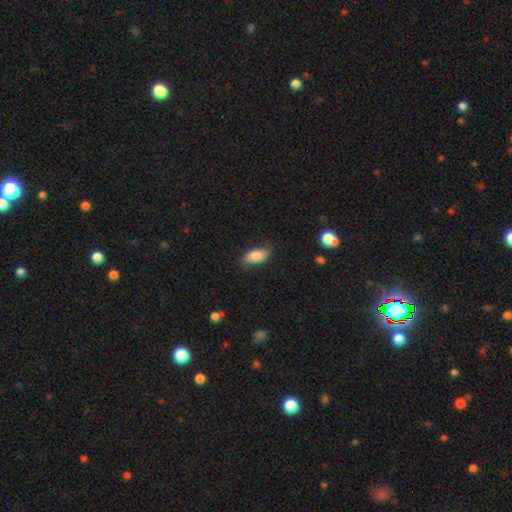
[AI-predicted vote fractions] Q: Smooth or featured?
A: smooth (75%); runner-up: featured or disk (17%)
Q: How rounded?
A: in between (91%); runner-up: cigar-shaped (6%)
Q: Merging?
A: none (67%); runner-up: minor disturbance (25%)